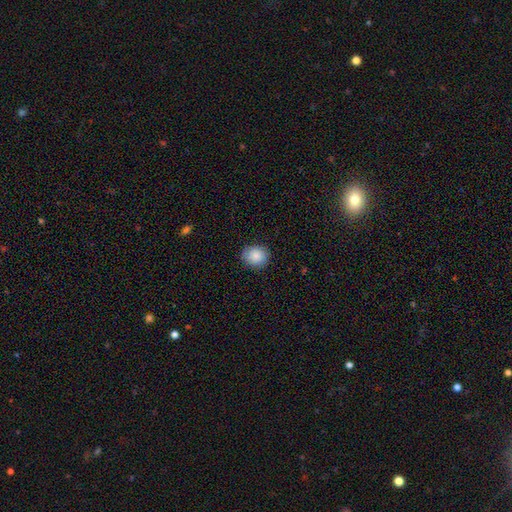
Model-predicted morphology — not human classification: This appears to be a smooth galaxy with no disk features (88%) that is round (81%). Merging: none (85%).